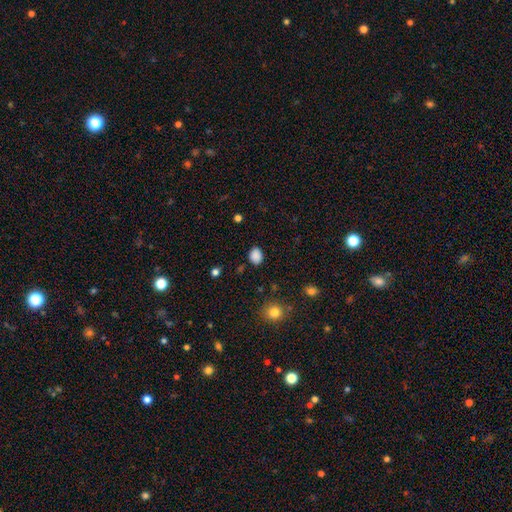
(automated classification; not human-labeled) smooth 86%, star or artifact 10%, featured or disk 3%. Down the decision tree: how rounded — in between (56%); merging — none (84%).